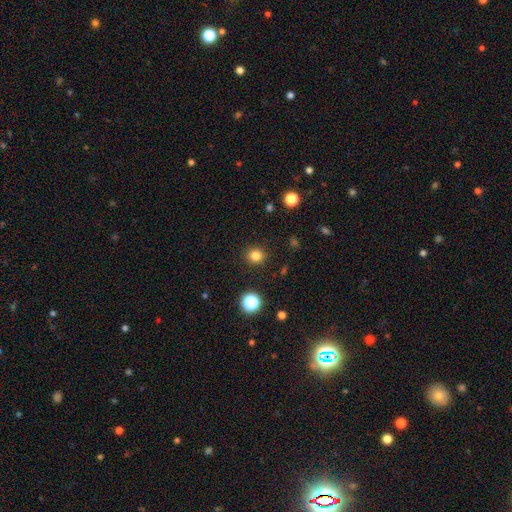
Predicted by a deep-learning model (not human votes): Morphology: type=smooth (81%); roundness=round (89%); merging=none (91%).